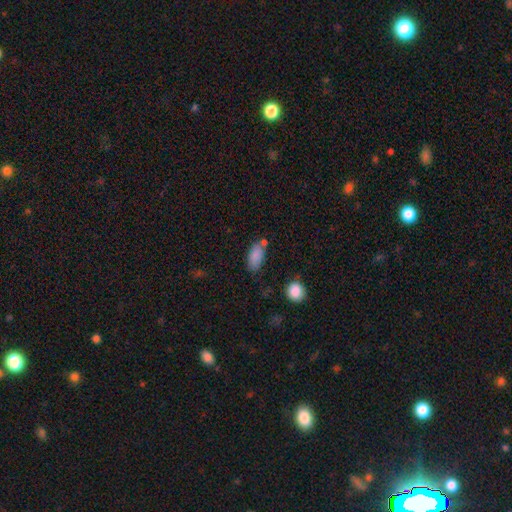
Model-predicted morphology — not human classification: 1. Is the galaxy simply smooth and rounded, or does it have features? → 85% smooth, 8% star or artifact, 7% featured or disk.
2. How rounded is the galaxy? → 89% in between, 7% cigar-shaped, 4% round.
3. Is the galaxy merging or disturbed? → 58% none, 20% minor disturbance, 16% merger, 6% major disturbance.